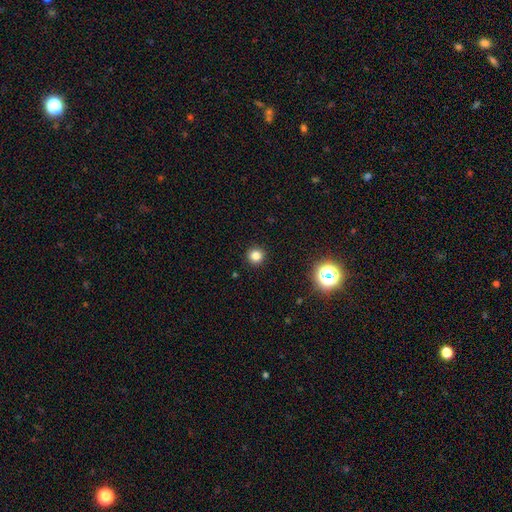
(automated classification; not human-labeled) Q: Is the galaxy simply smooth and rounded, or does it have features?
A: smooth — 82%.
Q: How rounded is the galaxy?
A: round — 95%.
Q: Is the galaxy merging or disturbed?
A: none — 93%.